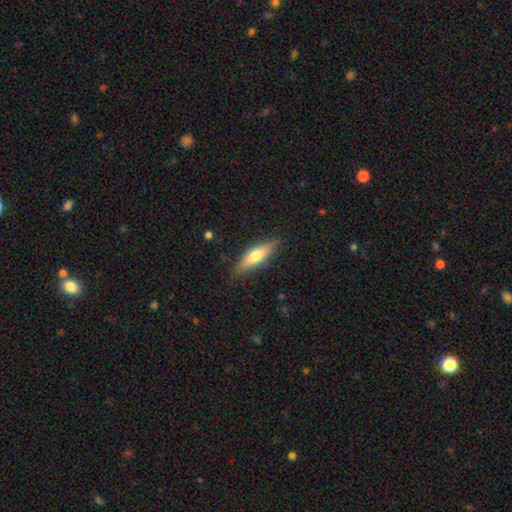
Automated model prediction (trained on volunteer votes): Morphology: type=smooth (65%); roundness=cigar-shaped (50%); merging=none (83%).